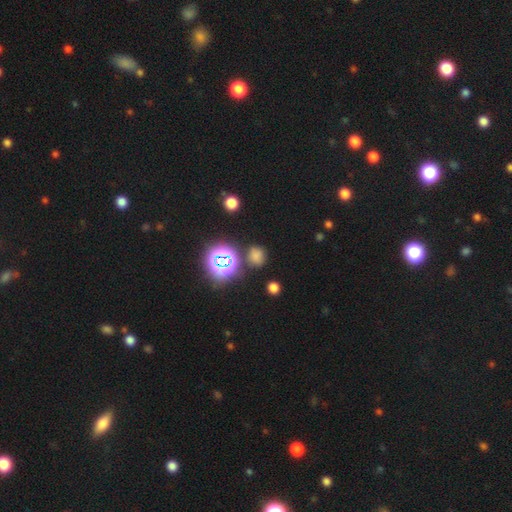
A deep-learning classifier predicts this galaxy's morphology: Smooth or featured? smooth (61%)
How rounded? round (71%)
Merging? none (76%)